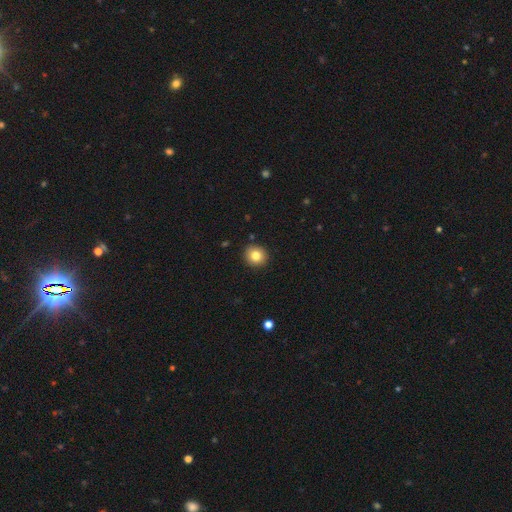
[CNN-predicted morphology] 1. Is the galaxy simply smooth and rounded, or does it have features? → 81% smooth, 10% star or artifact, 9% featured or disk.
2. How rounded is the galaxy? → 89% round, 10% in between, 1% cigar-shaped.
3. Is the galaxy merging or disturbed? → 91% none, 6% minor disturbance, 2% major disturbance, 1% merger.